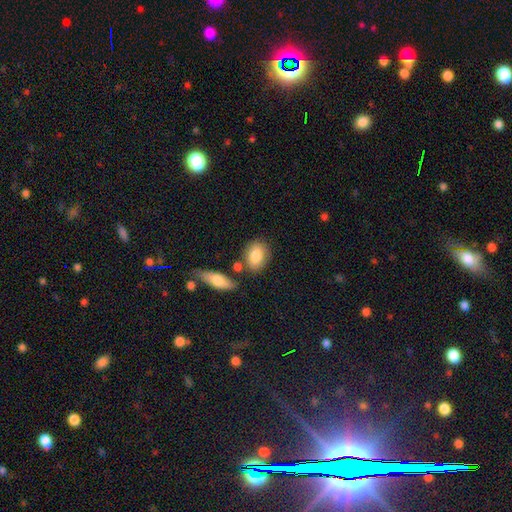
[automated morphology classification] Smooth or featured? Predicted: smooth (p=0.83). How rounded? Predicted: in between (p=0.75). Merging? Predicted: none (p=0.70).